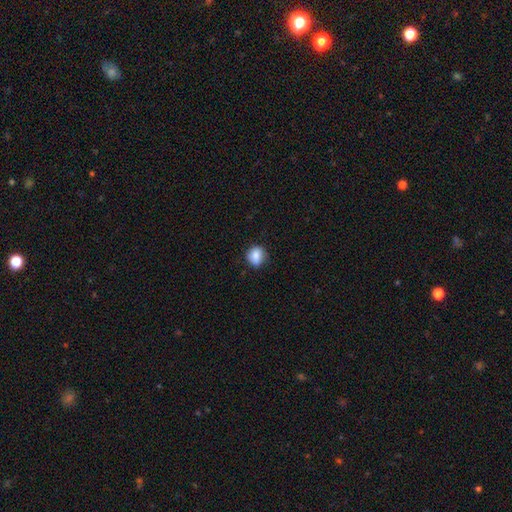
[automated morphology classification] Smooth or featured: smooth — 80% (featured or disk — 11%)
How rounded: round — 70% (in between — 29%)
Merging: none — 76% (minor disturbance — 18%)